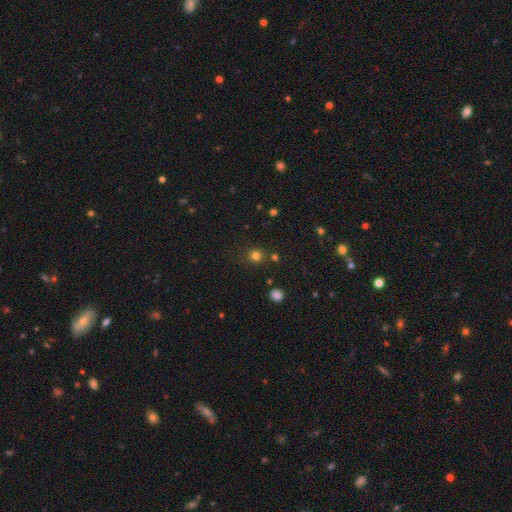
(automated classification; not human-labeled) smooth_or_featured: smooth (p=0.76) [alt: star or artifact p=0.18]
how_rounded: round (p=0.90) [alt: in between p=0.09]
merging: none (p=0.84) [alt: minor disturbance p=0.08]